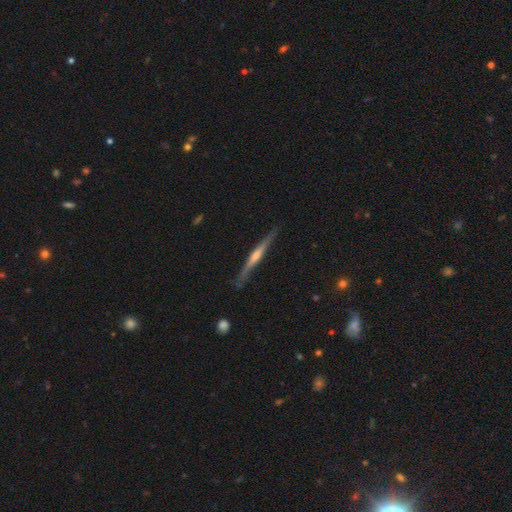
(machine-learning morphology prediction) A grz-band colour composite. It shows a featured or disk galaxy (76%) viewed edge-on (98%) with a rounded central bulge (75%). Merging: none (86%).